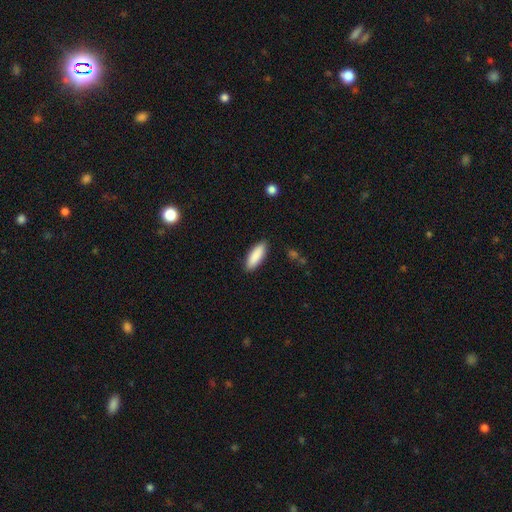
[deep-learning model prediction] Smooth or featured? smooth (88%)
How rounded? in between (58%)
Merging? none (88%)